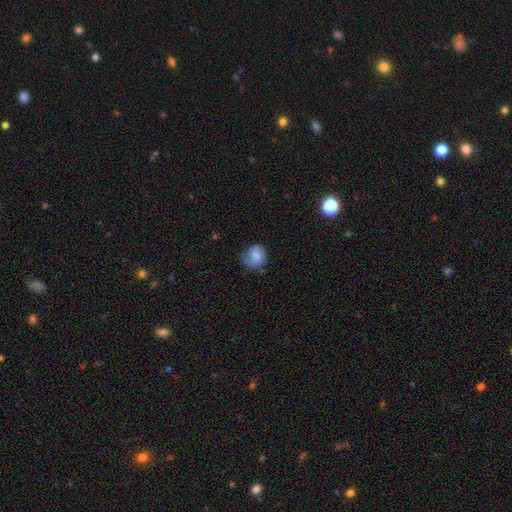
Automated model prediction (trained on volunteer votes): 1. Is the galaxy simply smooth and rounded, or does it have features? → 78% smooth, 14% featured or disk, 8% star or artifact.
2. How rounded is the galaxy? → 73% round, 26% in between, 1% cigar-shaped.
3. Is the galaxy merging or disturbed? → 57% none, 31% minor disturbance, 11% major disturbance, 2% merger.